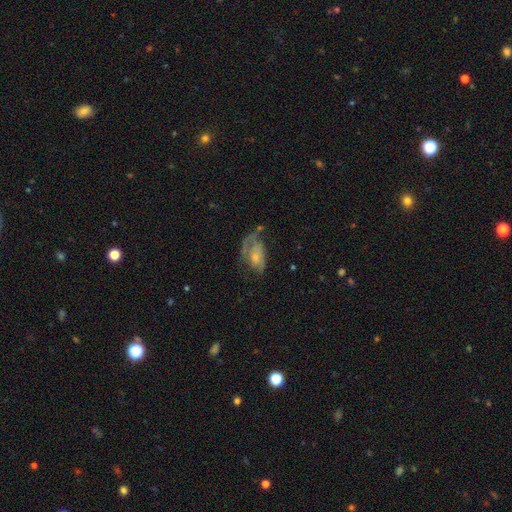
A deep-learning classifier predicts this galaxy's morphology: smooth_or_featured: featured or disk (p=0.58) [alt: smooth p=0.34]
disk_edge_on: no (p=0.95) [alt: yes p=0.05]
bar: no (p=0.77) [alt: weak p=0.19]
has_spiral_arms: yes (p=0.63) [alt: no p=0.37]
bulge_size: small (p=0.57) [alt: moderate p=0.31]
merging: major disturbance (p=0.38) [alt: none p=0.31]